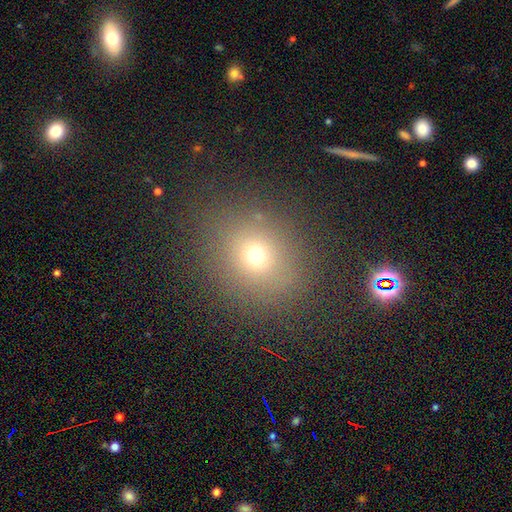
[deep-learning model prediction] Smooth or featured: smooth — 67% (star or artifact — 22%)
How rounded: round — 79% (in between — 20%)
Merging: none — 83% (minor disturbance — 10%)